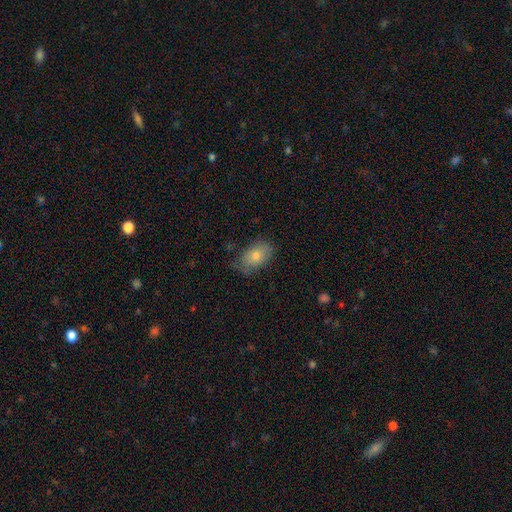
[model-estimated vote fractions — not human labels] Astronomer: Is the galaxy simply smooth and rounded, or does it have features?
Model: smooth — 72%.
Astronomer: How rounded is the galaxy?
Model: in between — 85%.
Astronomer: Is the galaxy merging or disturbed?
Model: none — 68%.